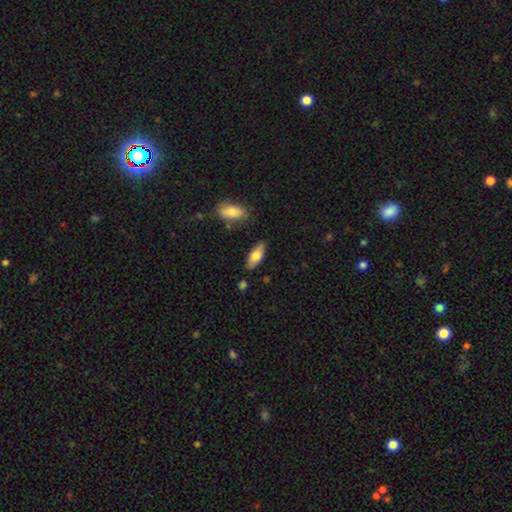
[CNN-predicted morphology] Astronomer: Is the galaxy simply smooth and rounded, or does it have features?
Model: smooth — 71%.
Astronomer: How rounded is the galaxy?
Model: in between — 74%.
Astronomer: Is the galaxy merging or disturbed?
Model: none — 81%.